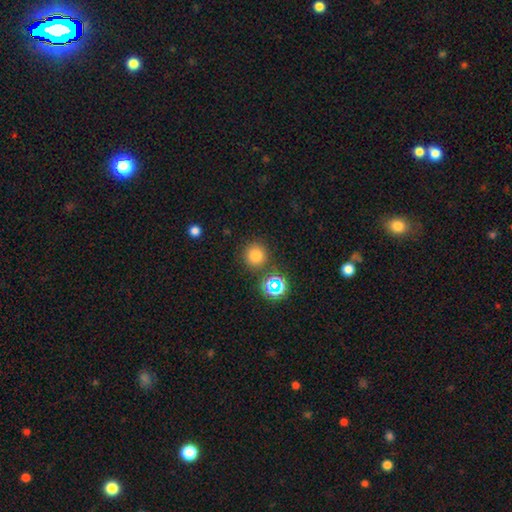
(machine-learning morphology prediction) Smooth or featured: smooth — 75% (star or artifact — 19%)
How rounded: round — 94% (in between — 5%)
Merging: none — 83% (minor disturbance — 7%)